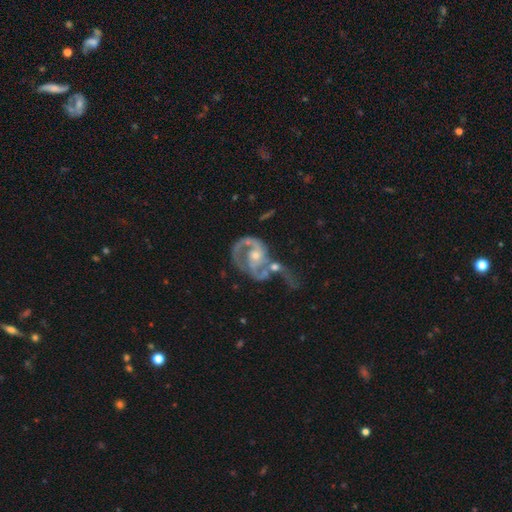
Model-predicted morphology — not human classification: This is clearly a featured or disk galaxy (84%). It is clearly not viewed edge-on (98%). Bar: likely no (66%). Spiral arm pattern: clearly yes (86%). Spiral arm count: possibly 2 (54%). Spiral winding: marginally medium (43%). Central bulge: possibly moderate (51%). Merging: marginally merger (40%).